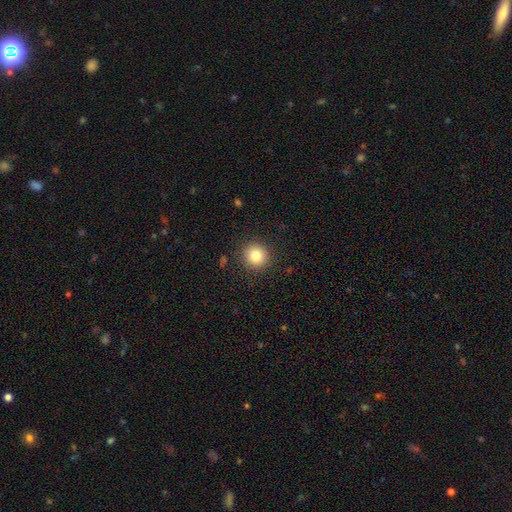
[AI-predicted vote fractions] Q: Smooth or featured?
A: smooth (81%); runner-up: star or artifact (11%)
Q: How rounded?
A: round (94%); runner-up: in between (5%)
Q: Merging?
A: none (90%); runner-up: minor disturbance (6%)